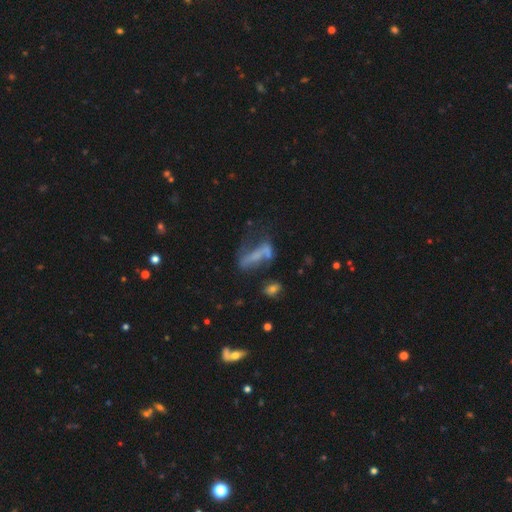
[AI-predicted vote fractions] A featured or disk galaxy (43%).

Vote fractions:
- Smooth or featured? featured or disk: 43% / smooth: 40% / star or artifact: 17%
- Merging? major disturbance: 33% / none: 28% / minor disturbance: 19% / merger: 19%